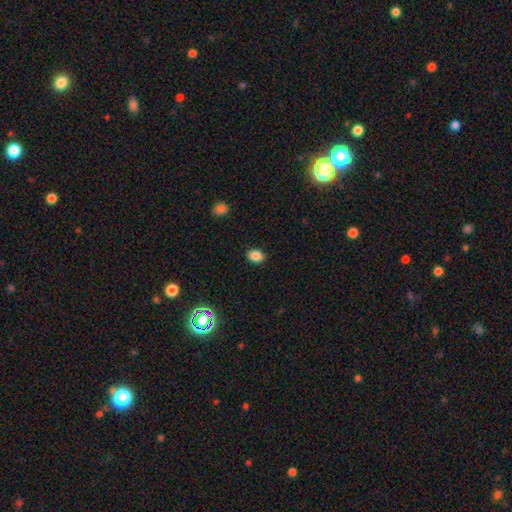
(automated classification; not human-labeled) Q: Smooth or featured?
A: smooth (84%); runner-up: star or artifact (11%)
Q: How rounded?
A: in between (71%); runner-up: round (28%)
Q: Merging?
A: none (88%); runner-up: minor disturbance (9%)